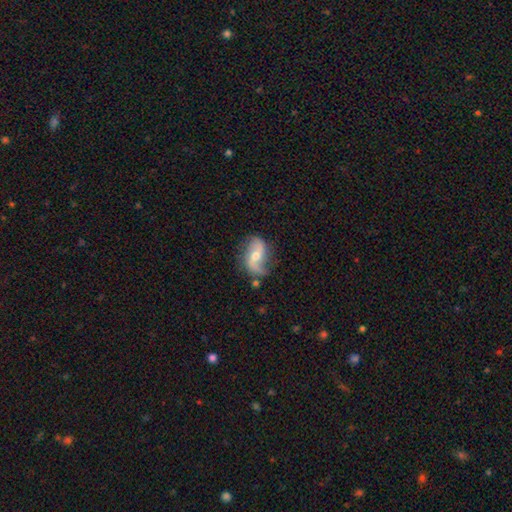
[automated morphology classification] smooth-or-featured: featured or disk: 79% | smooth: 14% | star or artifact: 6%
  disk-edge-on: no: 96% | yes: 4%
    bar: no: 43% | weak: 36% | strong: 21%
    has-spiral-arms: yes: 93% | no: 7%
      spiral-winding: loose: 75% | medium: 18% | tight: 6%
      spiral-arm-count: 2: 89% | 1: 5% | can't tell: 3% | 3: 1% | 4: 1% | more than 4: 1%
    bulge-size: moderate: 58% | small: 37% | large: 2% | none: 2% | dominant: 1%
  merging: none: 68% | minor disturbance: 21% | major disturbance: 8% | merger: 3%